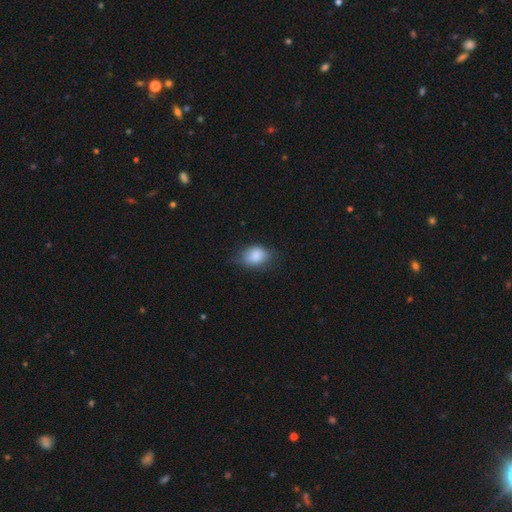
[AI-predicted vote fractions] Smooth or featured? smooth (87%)
How rounded? in between (72%)
Merging? none (66%)